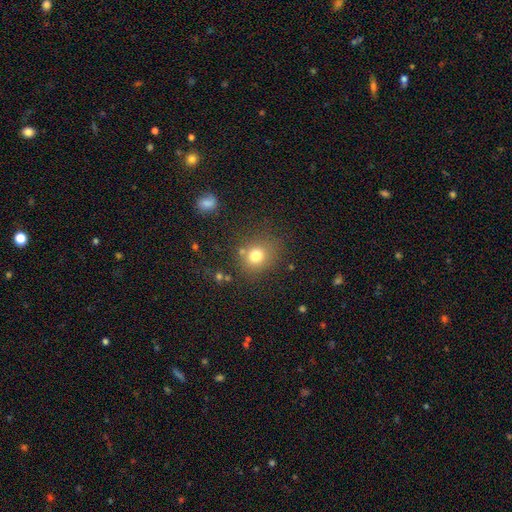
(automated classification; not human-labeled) Smooth or featured?
  - smooth: 77% *
  - star or artifact: 15%
  - featured or disk: 9%
How rounded?
  - round: 76% *
  - in between: 23%
  - cigar-shaped: 1%
Merging?
  - none: 74% *
  - minor disturbance: 13%
  - merger: 7%
  - major disturbance: 5%